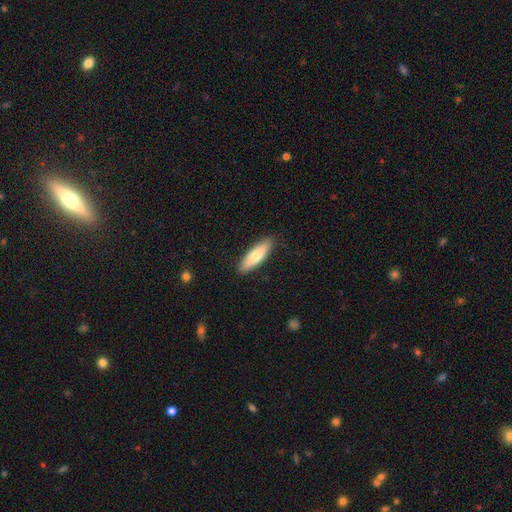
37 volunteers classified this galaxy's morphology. smooth 57%, featured or disk 38%, star or artifact 5%. Down the decision tree: how rounded — cigar-shaped (52%); merging — none (100%).